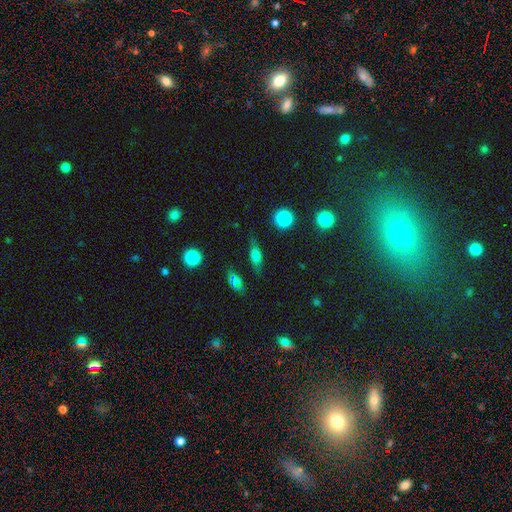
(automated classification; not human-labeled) smooth-or-featured: smooth: 66% | featured or disk: 19% | star or artifact: 15%
  how-rounded: in between: 66% | cigar-shaped: 23% | round: 10%
  merging: none: 70% | minor disturbance: 19% | major disturbance: 6% | merger: 5%